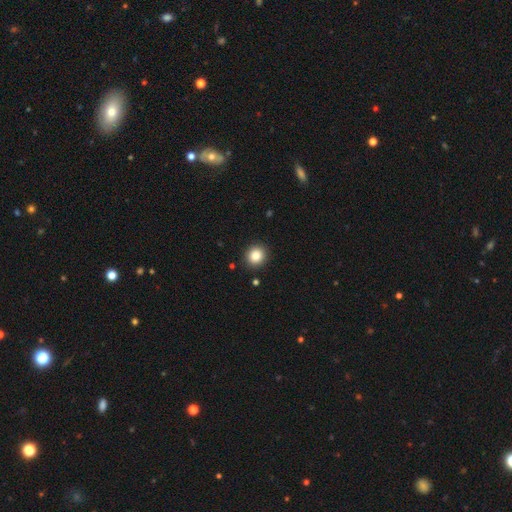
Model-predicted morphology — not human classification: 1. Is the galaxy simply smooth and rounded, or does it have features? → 85% smooth, 10% star or artifact, 5% featured or disk.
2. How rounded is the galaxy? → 85% round, 14% in between, 1% cigar-shaped.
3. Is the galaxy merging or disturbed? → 91% none, 6% minor disturbance, 2% major disturbance, 1% merger.